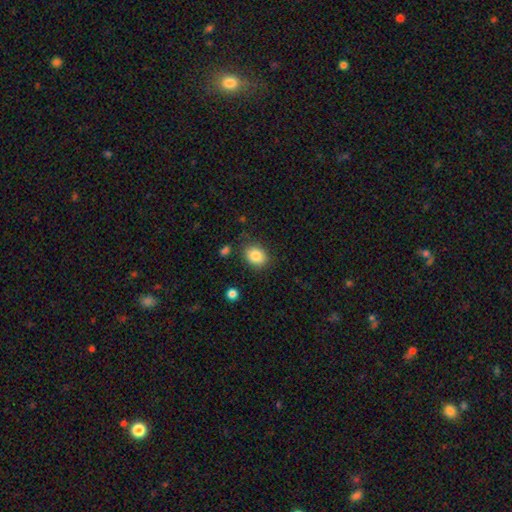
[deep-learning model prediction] Smooth or featured? smooth (85%)
How rounded? in between (54%)
Merging? none (80%)